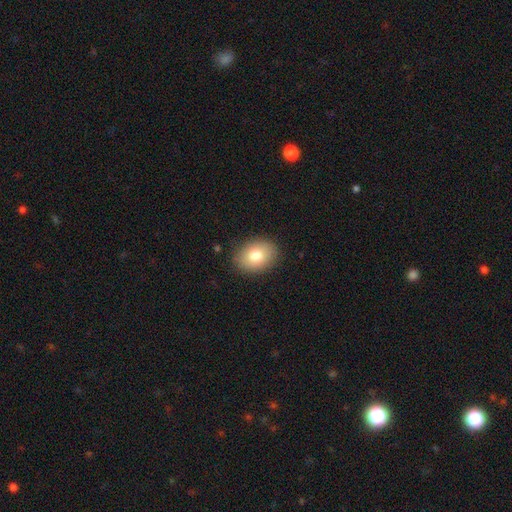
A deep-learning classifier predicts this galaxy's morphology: smooth_or_featured: smooth (p=0.79) [alt: featured or disk p=0.12]
how_rounded: in between (p=0.64) [alt: round p=0.35]
merging: none (p=0.87) [alt: minor disturbance p=0.09]